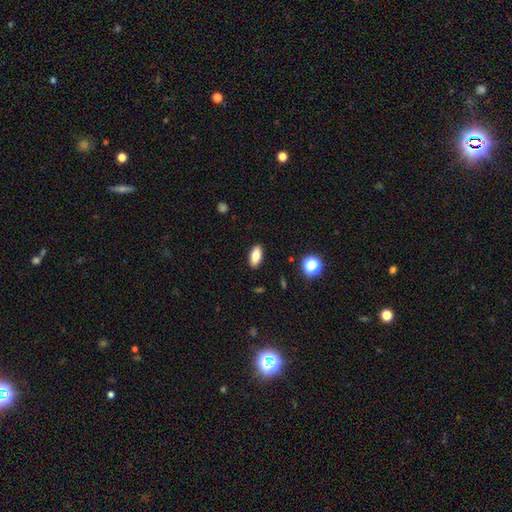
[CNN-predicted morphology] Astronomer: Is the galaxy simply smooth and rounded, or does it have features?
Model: smooth — 79%.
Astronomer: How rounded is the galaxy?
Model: in between — 87%.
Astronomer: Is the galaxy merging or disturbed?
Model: none — 90%.